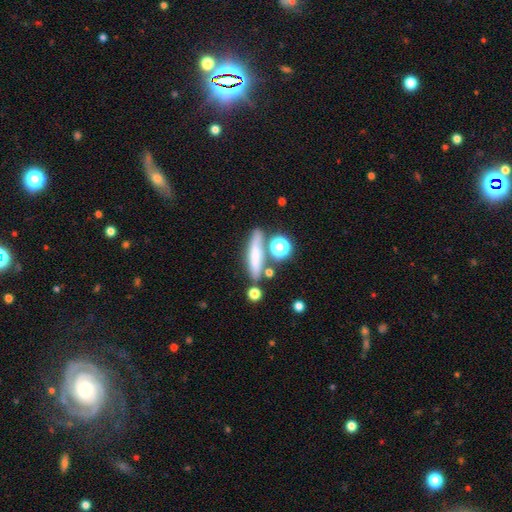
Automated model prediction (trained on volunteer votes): Overall: smooth (65%). How rounded: cigar-shaped (68%). Merging: none (65%).